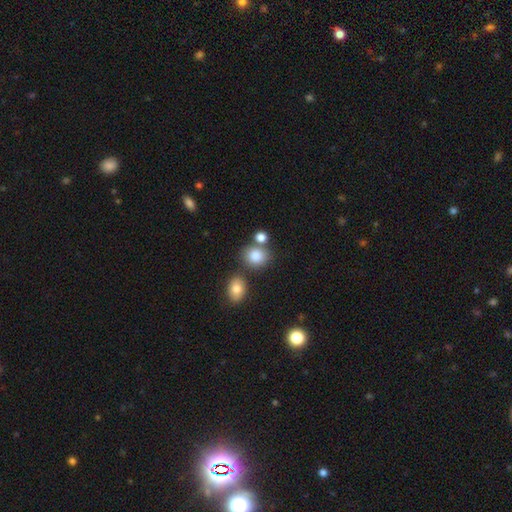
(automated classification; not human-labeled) This appears to be a smooth galaxy with no disk features (83%) that is round (69%). Merging: none (66%).